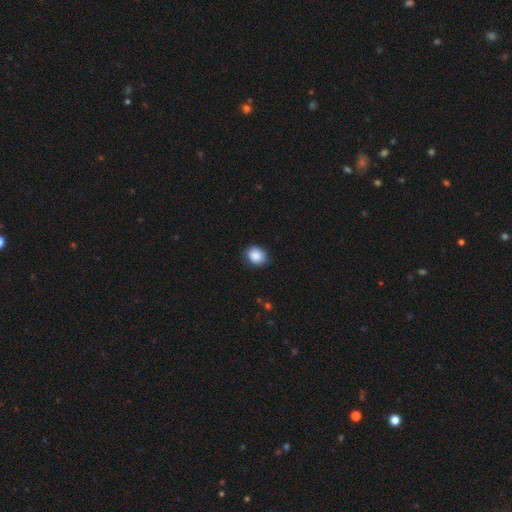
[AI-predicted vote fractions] Smooth or featured? Predicted: smooth (p=0.88). How rounded? Predicted: round (p=0.60). Merging? Predicted: none (p=0.83).